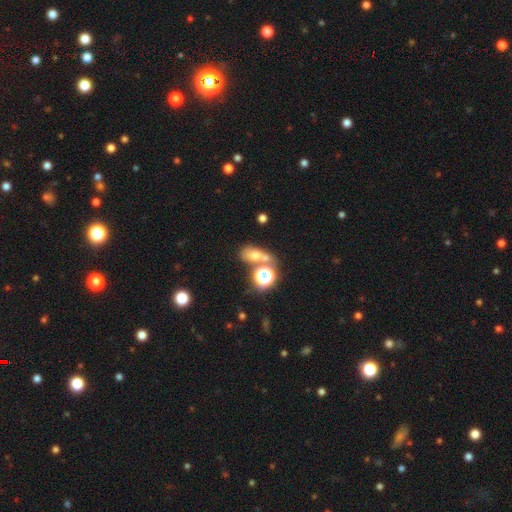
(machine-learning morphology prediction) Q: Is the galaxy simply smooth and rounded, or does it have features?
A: smooth — 52%.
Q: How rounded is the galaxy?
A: in between — 61%.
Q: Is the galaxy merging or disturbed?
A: none — 49%.